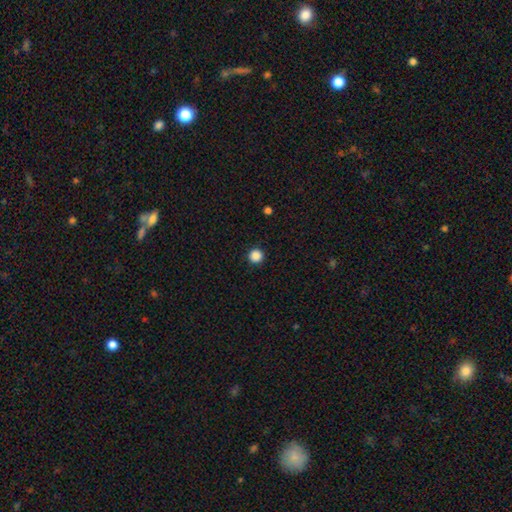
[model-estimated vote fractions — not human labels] Q: Smooth or featured?
A: smooth (88%); runner-up: star or artifact (10%)
Q: How rounded?
A: round (96%); runner-up: in between (3%)
Q: Merging?
A: none (93%); runner-up: minor disturbance (4%)